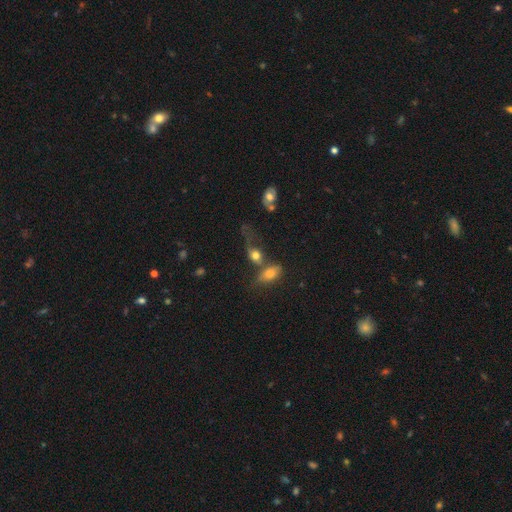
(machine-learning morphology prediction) smooth_or_featured: smooth (p=0.71) [alt: featured or disk p=0.18]
how_rounded: in between (p=0.61) [alt: round p=0.33]
merging: merger (p=0.40) [alt: none p=0.27]